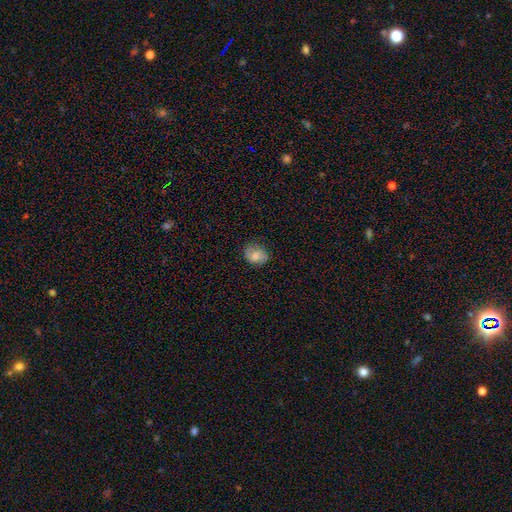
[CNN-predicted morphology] Overall: smooth (64%; featured or disk 26%). How rounded: round (59%; in between 40%). Merging: none (72%).